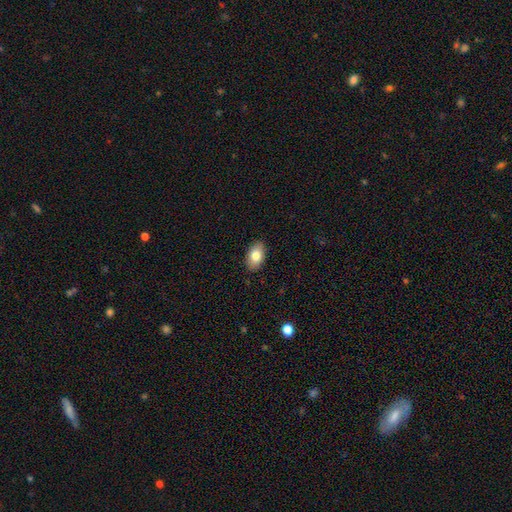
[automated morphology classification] Smooth or featured?
  - smooth: 81% *
  - featured or disk: 12%
  - star or artifact: 7%
How rounded?
  - in between: 93% *
  - round: 6%
  - cigar-shaped: 2%
Merging?
  - none: 89% *
  - minor disturbance: 8%
  - major disturbance: 2%
  - merger: 1%